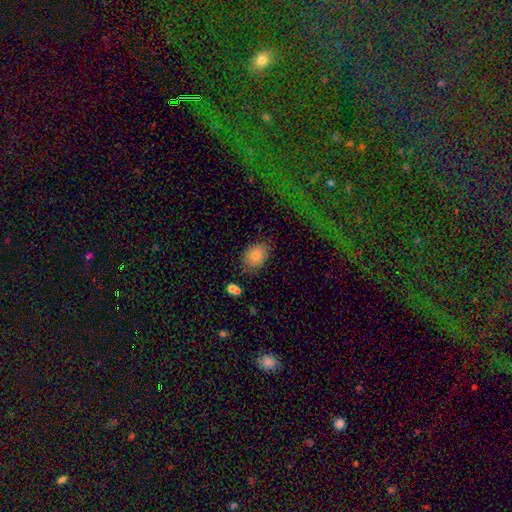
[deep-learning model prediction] smooth 81%, featured or disk 11%, star or artifact 9%. Down the decision tree: how rounded — in between (73%); merging — none (77%).